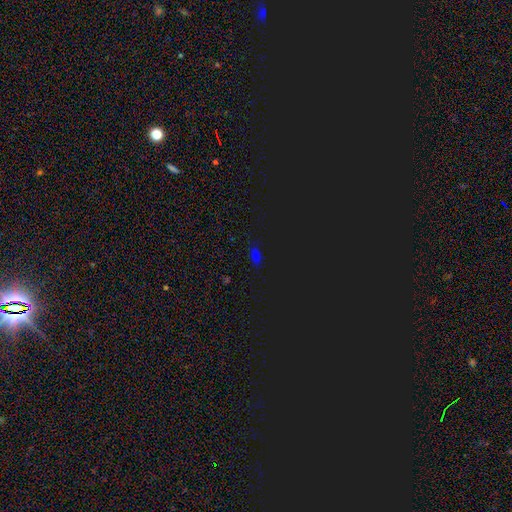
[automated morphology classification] Overall: smooth (48%; star or artifact 46%). Merging: none (81%).